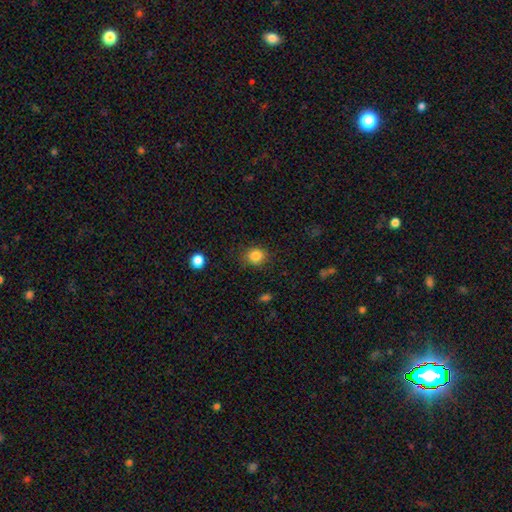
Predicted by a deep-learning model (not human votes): Smooth or featured?
  - smooth: 84% *
  - star or artifact: 11%
  - featured or disk: 5%
How rounded?
  - round: 79% *
  - in between: 20%
  - cigar-shaped: 1%
Merging?
  - none: 82% *
  - minor disturbance: 13%
  - major disturbance: 4%
  - merger: 1%